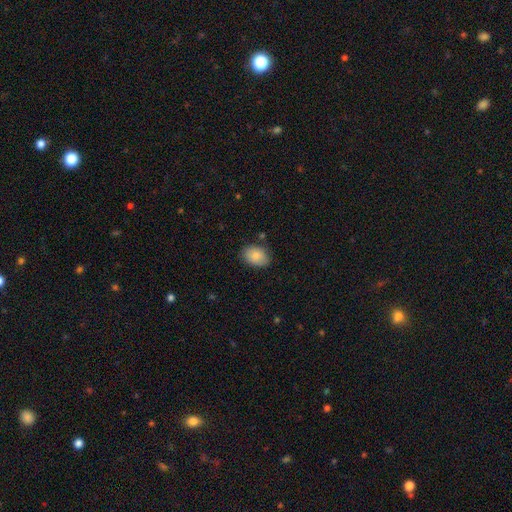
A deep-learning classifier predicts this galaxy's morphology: Smooth or featured? Predicted: smooth (p=0.86). How rounded? Predicted: in between (p=0.78). Merging? Predicted: none (p=0.80).